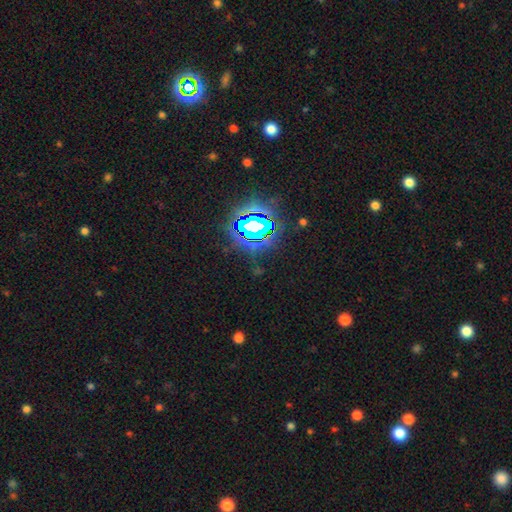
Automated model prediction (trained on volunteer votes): This is clearly a star or artifact rather than a galaxy (81%).